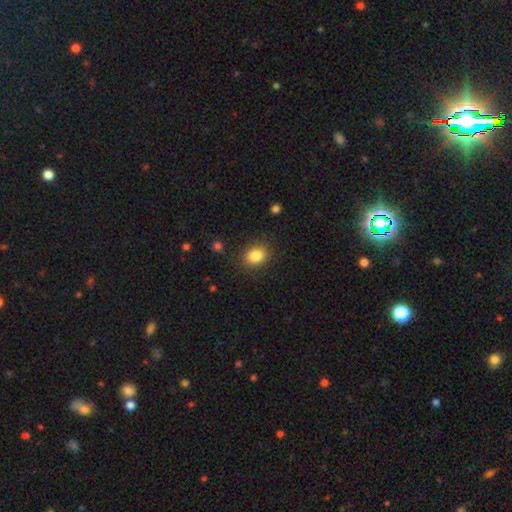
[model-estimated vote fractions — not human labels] Smooth or featured: smooth — 85% (star or artifact — 10%)
How rounded: in between — 50% (round — 49%)
Merging: none — 85% (minor disturbance — 10%)